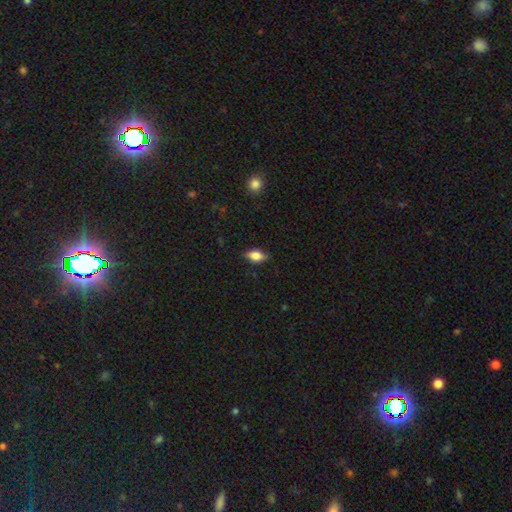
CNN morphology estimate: Smooth or featured? Predicted: smooth (p=0.73). How rounded? Predicted: in between (p=0.85). Merging? Predicted: none (p=0.82).